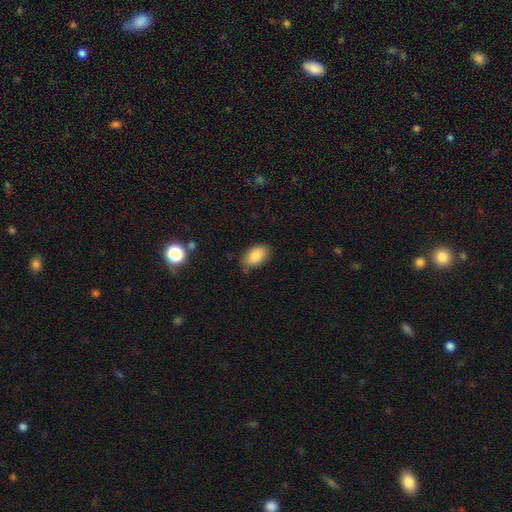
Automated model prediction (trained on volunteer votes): A smooth galaxy with no disk features (85%) that is in between round and cigar-shaped (90%). Merging: none (69%).